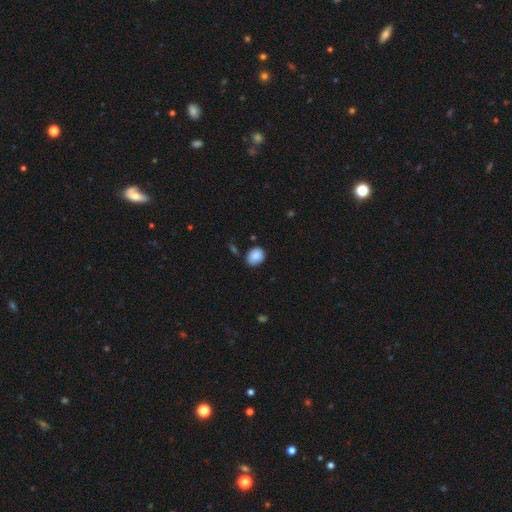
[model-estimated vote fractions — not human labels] This is clearly a smooth galaxy (86%). How rounded: possibly round (55%). Merging: likely none (75%).